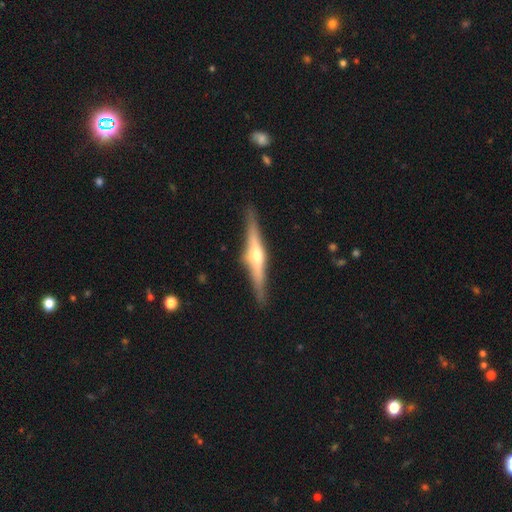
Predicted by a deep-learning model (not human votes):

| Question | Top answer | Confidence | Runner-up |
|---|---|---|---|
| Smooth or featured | featured or disk | 76% | smooth (18%) |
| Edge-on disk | yes | 97% | no (3%) |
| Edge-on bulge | rounded | 90% | boxy (6%) |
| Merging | none | 89% | minor disturbance (8%) |